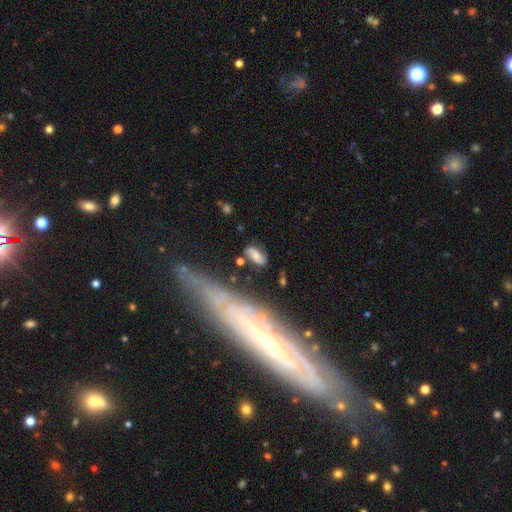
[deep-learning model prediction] Smooth or featured: smooth — 65% (featured or disk — 26%)
How rounded: in between — 84% (cigar-shaped — 11%)
Merging: none — 71% (minor disturbance — 18%)